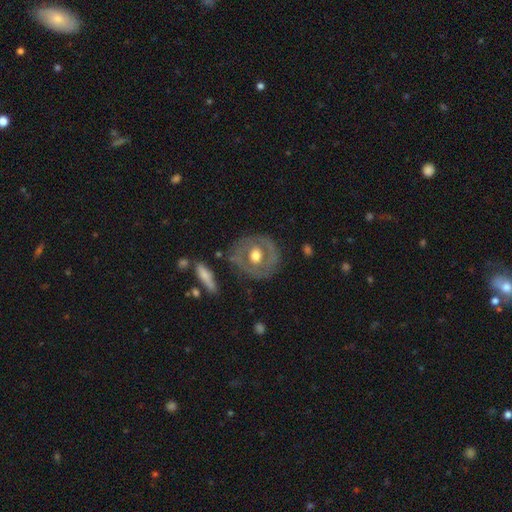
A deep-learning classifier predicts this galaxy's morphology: Q: Smooth or featured?
A: featured or disk (62%); runner-up: smooth (33%)
Q: Edge-on disk?
A: no (94%); runner-up: yes (6%)
Q: Bar?
A: no (72%); runner-up: weak (21%)
Q: Spiral arms?
A: no (69%); runner-up: yes (31%)
Q: Bulge size?
A: moderate (72%); runner-up: large (19%)
Q: Merging?
A: none (76%); runner-up: minor disturbance (15%)